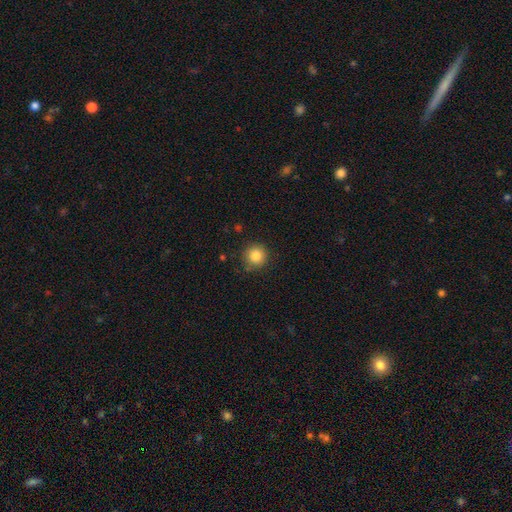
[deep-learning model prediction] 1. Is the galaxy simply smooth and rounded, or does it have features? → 84% smooth, 10% star or artifact, 5% featured or disk.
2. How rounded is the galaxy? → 94% round, 5% in between, 1% cigar-shaped.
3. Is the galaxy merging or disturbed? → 87% none, 9% minor disturbance, 3% major disturbance, 2% merger.